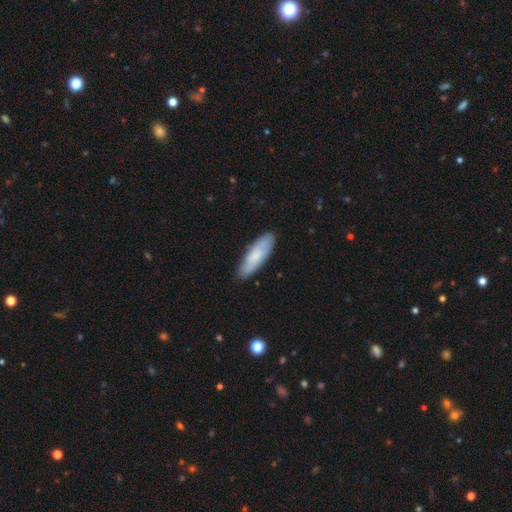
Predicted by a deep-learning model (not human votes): Smooth or featured? Predicted: smooth (p=0.66). How rounded? Predicted: in between (p=0.51). Merging? Predicted: none (p=0.83).